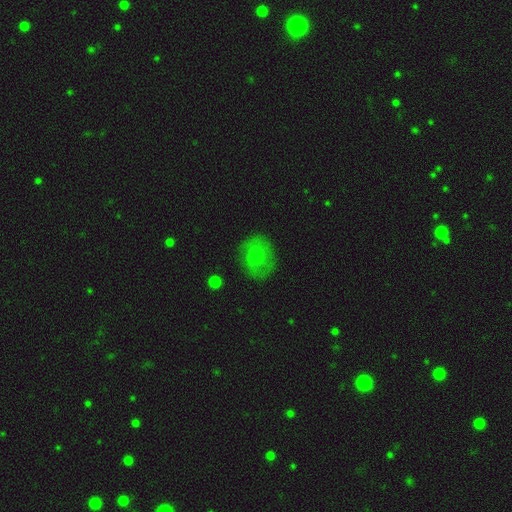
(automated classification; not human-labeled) smooth 62%, featured or disk 27%, star or artifact 11%. Down the decision tree: how rounded — round (55%); merging — none (68%).